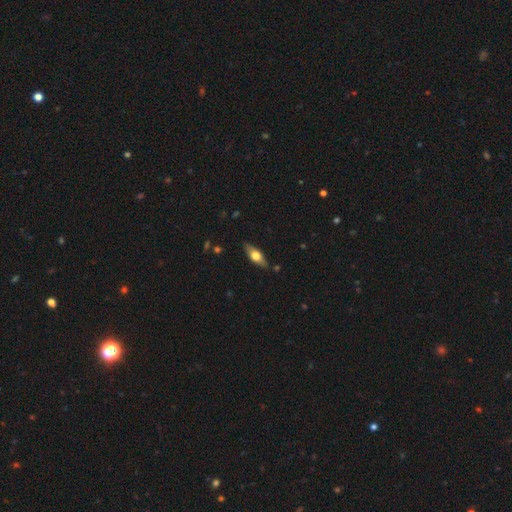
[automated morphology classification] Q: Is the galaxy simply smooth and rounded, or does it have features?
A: smooth — 49%.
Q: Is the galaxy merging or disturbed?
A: none — 83%.